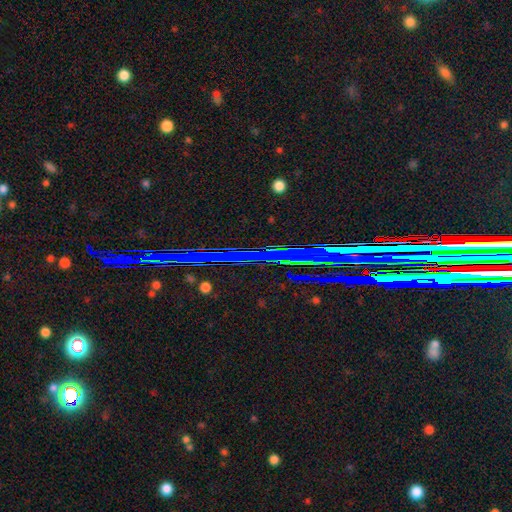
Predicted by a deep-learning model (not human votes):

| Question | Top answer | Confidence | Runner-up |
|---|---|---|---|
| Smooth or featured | star or artifact | 74% | featured or disk (15%) |